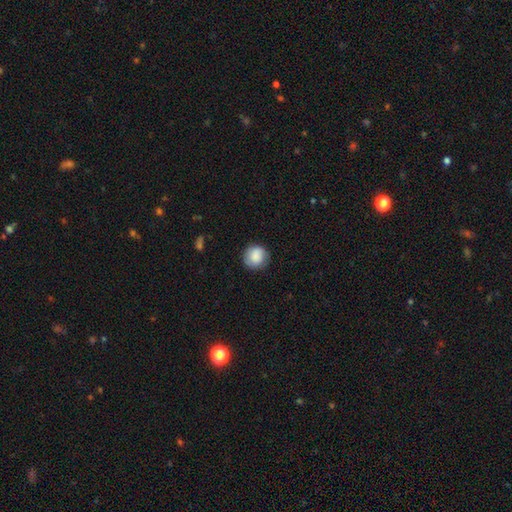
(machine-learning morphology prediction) A smooth galaxy with no disk features (84%) that is round (89%).

Vote fractions:
- Smooth or featured? smooth: 84% / featured or disk: 9% / star or artifact: 7%
- How rounded? round: 89% / in between: 10% / cigar-shaped: 1%
- Merging? none: 81% / minor disturbance: 14% / major disturbance: 4% / merger: 1%